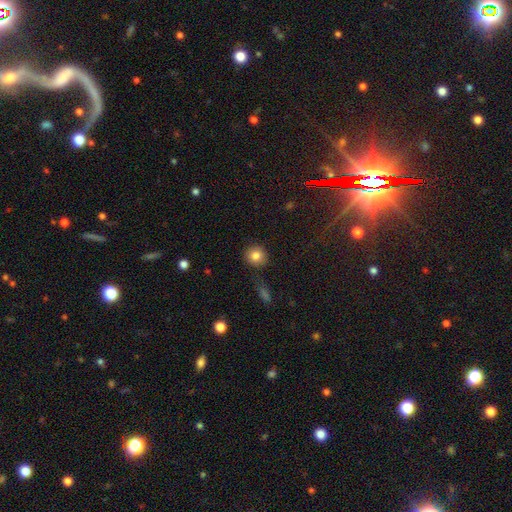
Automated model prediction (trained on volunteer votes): This appears to be a smooth galaxy with no disk features (82%) that is round (89%). Merging: none (87%).